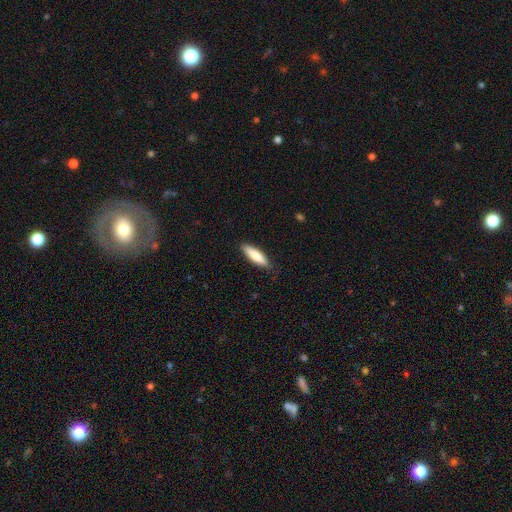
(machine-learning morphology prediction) A smooth galaxy with no disk features (81%) that is cigar-shaped (63%). Merging: none (85%).